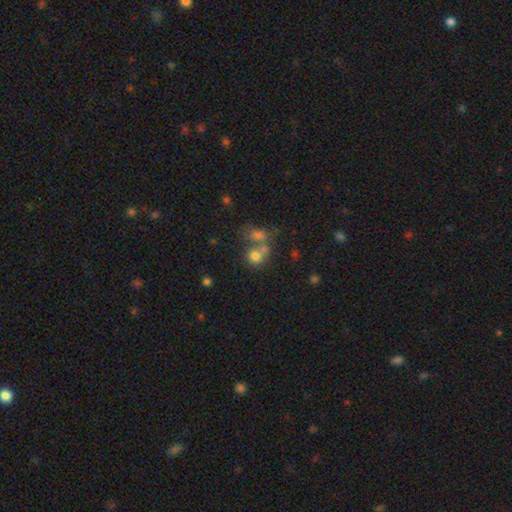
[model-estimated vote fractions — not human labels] A smooth galaxy with no disk features (71%) that is round (73%). Merging: merger (44%).